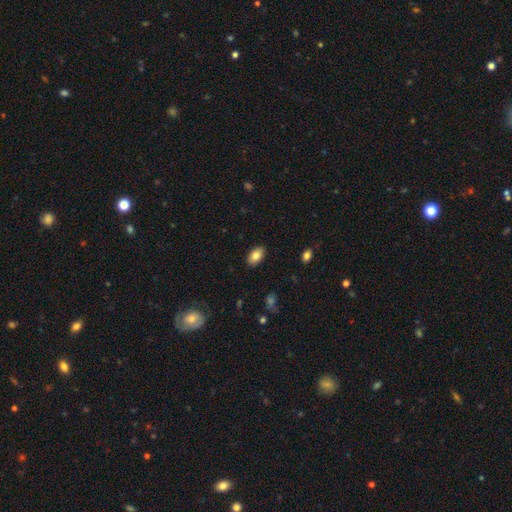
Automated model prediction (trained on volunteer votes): Smooth or featured? Predicted: smooth (p=0.83). How rounded? Predicted: in between (p=0.93). Merging? Predicted: none (p=0.88).